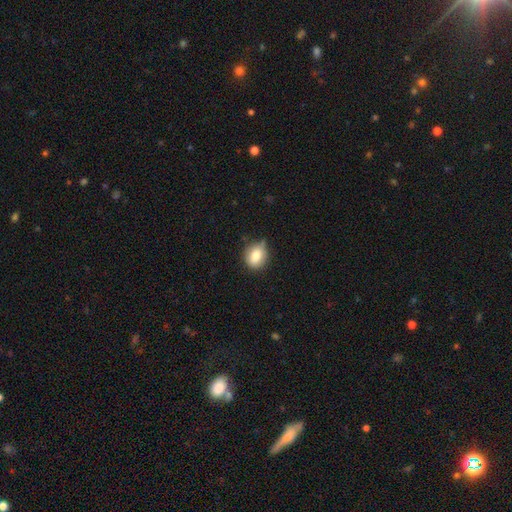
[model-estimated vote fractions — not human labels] Smooth or featured?
  - smooth: 80% *
  - featured or disk: 10%
  - star or artifact: 9%
How rounded?
  - round: 68% *
  - in between: 31%
  - cigar-shaped: 1%
Merging?
  - none: 71% *
  - minor disturbance: 23%
  - major disturbance: 4%
  - merger: 2%